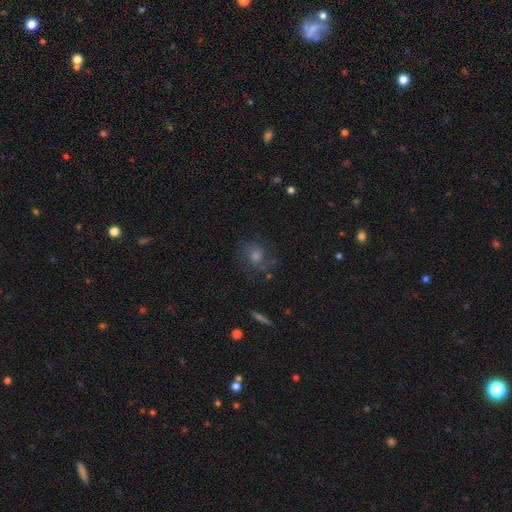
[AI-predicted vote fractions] Smooth or featured?
  - featured or disk: 56% *
  - smooth: 24%
  - star or artifact: 20%
Edge-on disk?
  - no: 96% *
  - yes: 4%
Bar?
  - no: 74% *
  - weak: 23%
  - strong: 4%
Spiral arms?
  - yes: 87% *
  - no: 13%
Bulge size?
  - moderate: 49% *
  - small: 24%
  - large: 17%
  - none: 7%
  - dominant: 3%
Merging?
  - none: 72% *
  - minor disturbance: 15%
  - major disturbance: 11%
  - merger: 2%